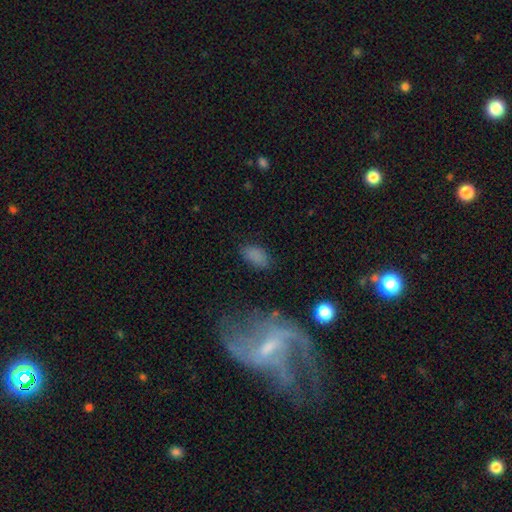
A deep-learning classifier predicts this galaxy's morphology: Overall: smooth (81%). How rounded: in between (93%). Merging: none (75%).